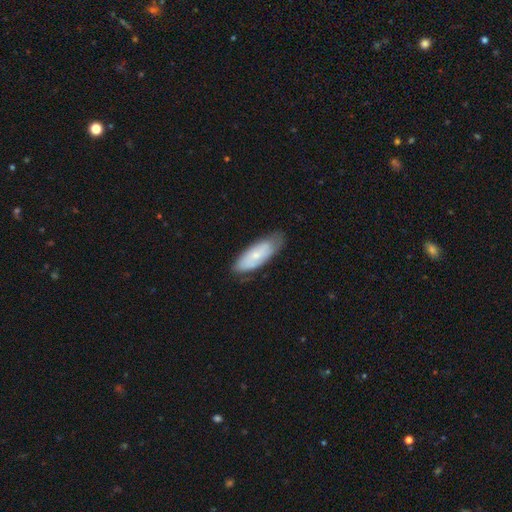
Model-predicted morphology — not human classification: Smooth or featured? Predicted: smooth (p=0.59). How rounded? Predicted: in between (p=0.71). Merging? Predicted: none (p=0.71).